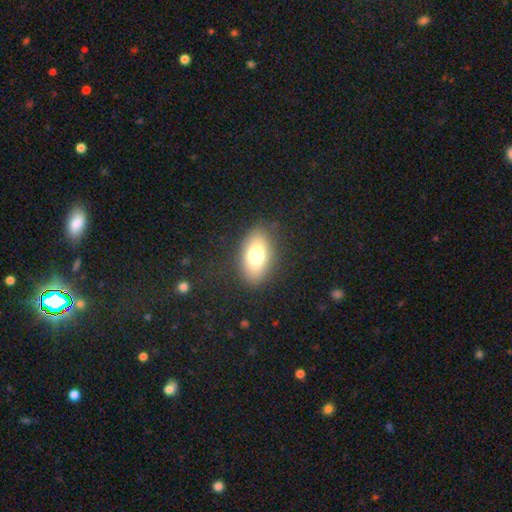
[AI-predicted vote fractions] The model was most divided on "smooth or featured": smooth: 69%, featured or disk: 20%, star or artifact: 11%. More confident: how rounded — in between (85%); merging — none (83%).